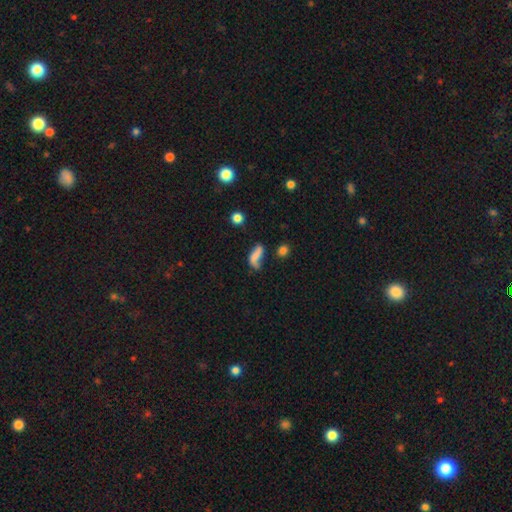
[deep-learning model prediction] smooth_or_featured: smooth (p=0.48) [alt: featured or disk p=0.40]
merging: none (p=0.41) [alt: minor disturbance p=0.26]